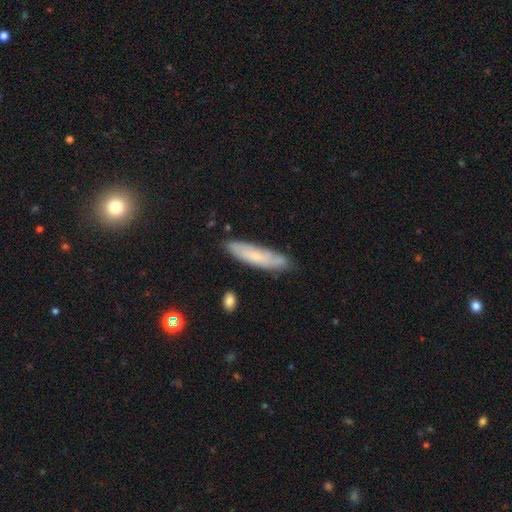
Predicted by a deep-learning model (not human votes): Q: Smooth or featured?
A: smooth (59%); runner-up: featured or disk (33%)
Q: How rounded?
A: cigar-shaped (76%); runner-up: in between (23%)
Q: Merging?
A: none (77%); runner-up: minor disturbance (17%)